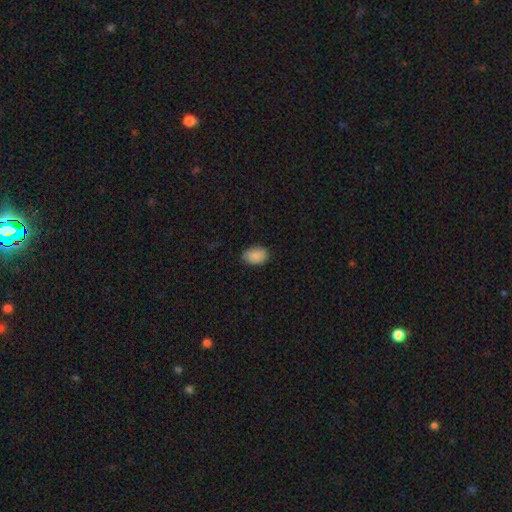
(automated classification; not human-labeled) The model was most divided on "how rounded": in between: 81%, round: 18%, cigar-shaped: 1%. More confident: smooth or featured — smooth (89%); merging — none (81%).